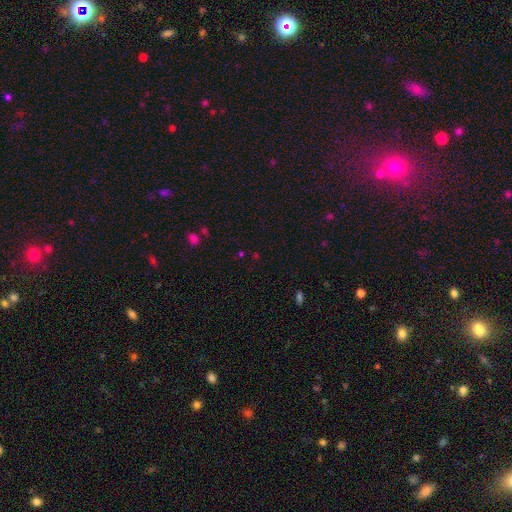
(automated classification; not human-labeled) star or artifact 57%, smooth 35%, featured or disk 7%.